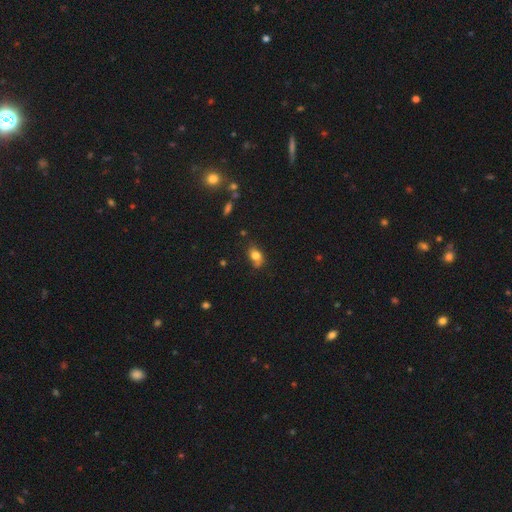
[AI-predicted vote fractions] Smooth or featured?
  - smooth: 77% *
  - featured or disk: 13%
  - star or artifact: 11%
How rounded?
  - in between: 73% *
  - round: 25%
  - cigar-shaped: 2%
Merging?
  - none: 55% *
  - minor disturbance: 30%
  - major disturbance: 8%
  - merger: 7%